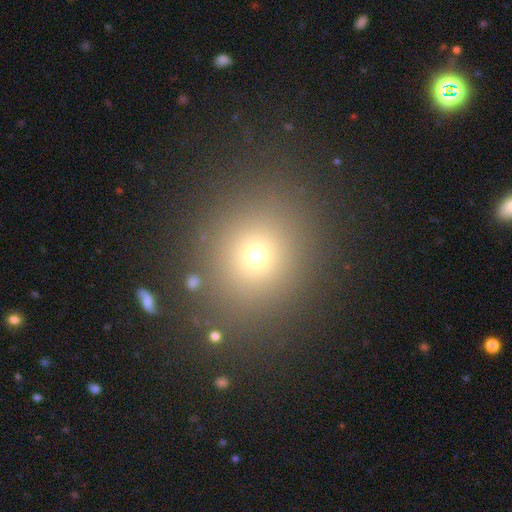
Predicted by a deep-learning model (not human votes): Smooth or featured? Predicted: smooth (p=0.65). How rounded? Predicted: round (p=0.82). Merging? Predicted: none (p=0.86).